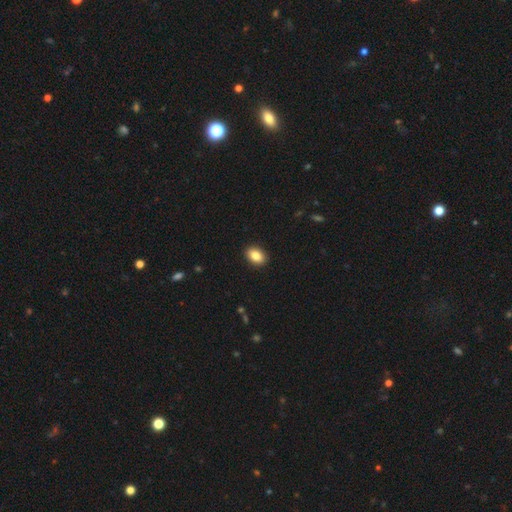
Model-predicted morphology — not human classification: Smooth or featured? Predicted: smooth (p=0.85). How rounded? Predicted: in between (p=0.81). Merging? Predicted: none (p=0.91).